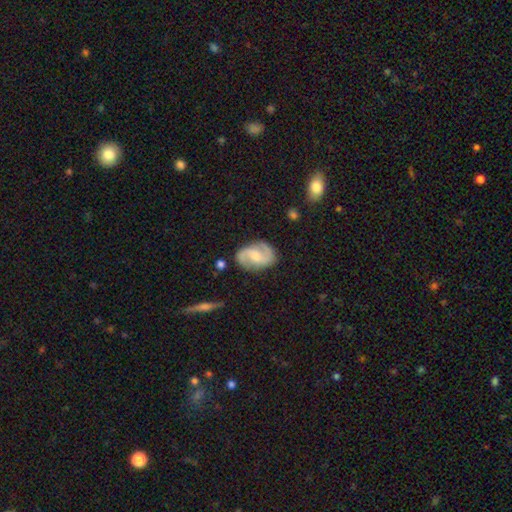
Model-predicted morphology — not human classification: smooth_or_featured: featured or disk (p=0.80) [alt: smooth p=0.14]
disk_edge_on: no (p=0.97) [alt: yes p=0.03]
bar: weak (p=0.48) [alt: no p=0.38]
has_spiral_arms: yes (p=0.95) [alt: no p=0.05]
spiral_winding: medium (p=0.50) [alt: loose p=0.31]
spiral_arm_count: 2 (p=0.92) [alt: can't tell p=0.03]
bulge_size: moderate (p=0.51) [alt: small p=0.37]
merging: none (p=0.81) [alt: minor disturbance p=0.13]